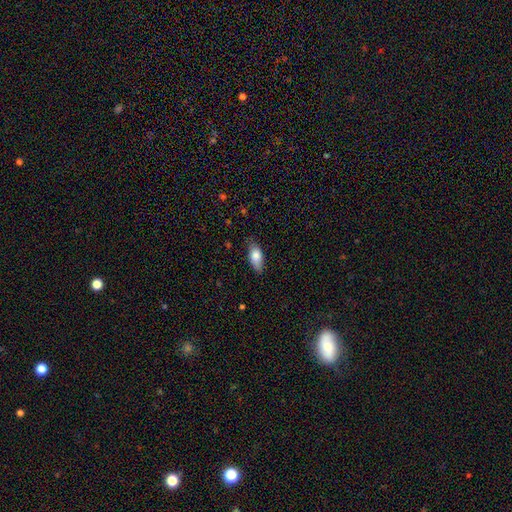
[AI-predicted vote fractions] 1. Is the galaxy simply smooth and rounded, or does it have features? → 81% smooth, 12% featured or disk, 7% star or artifact.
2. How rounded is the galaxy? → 86% in between, 11% cigar-shaped, 3% round.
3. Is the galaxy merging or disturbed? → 73% none, 22% minor disturbance, 4% major disturbance, 1% merger.